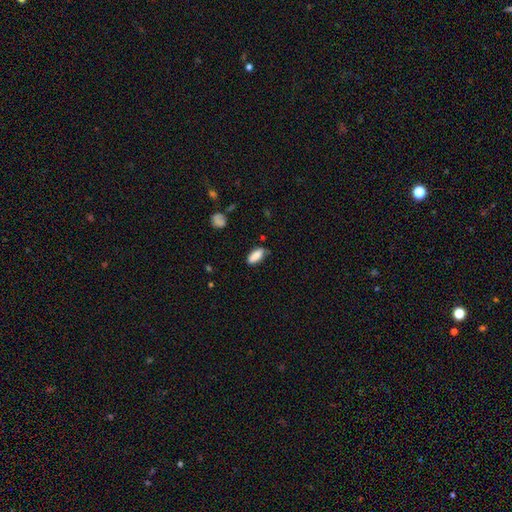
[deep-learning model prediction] The model was most divided on "merging": none: 73%, minor disturbance: 21%, major disturbance: 4%, merger: 2%. More confident: smooth or featured — smooth (86%); how rounded — in between (81%).